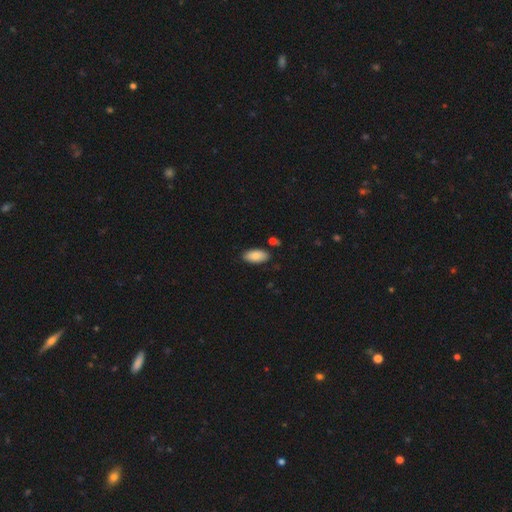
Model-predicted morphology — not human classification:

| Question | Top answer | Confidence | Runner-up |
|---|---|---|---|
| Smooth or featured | smooth | 85% | featured or disk (9%) |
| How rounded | in between | 92% | cigar-shaped (6%) |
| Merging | none | 84% | minor disturbance (11%) |